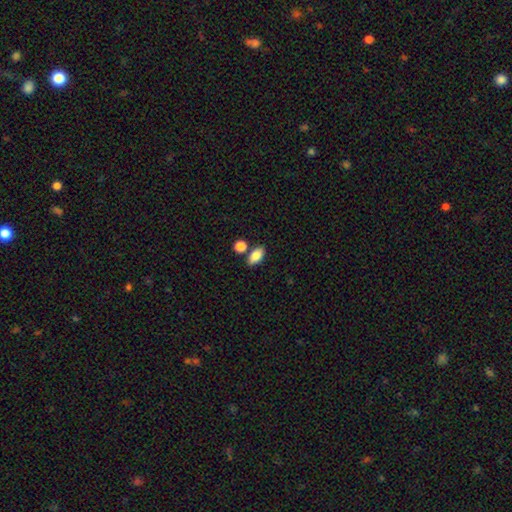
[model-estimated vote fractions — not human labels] smooth_or_featured: smooth (p=0.84) [alt: featured or disk p=0.08]
how_rounded: in between (p=0.88) [alt: round p=0.07]
merging: none (p=0.74) [alt: merger p=0.13]